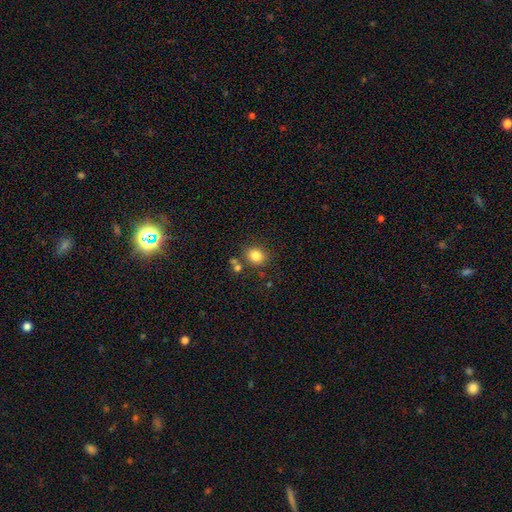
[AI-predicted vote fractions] A smooth galaxy with no disk features (82%) that is round (73%). Merging: none (78%).